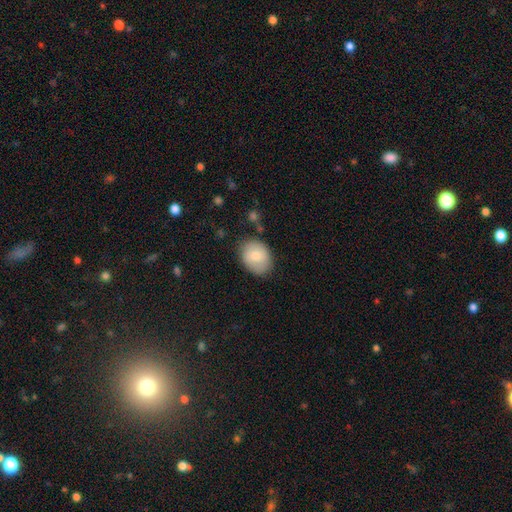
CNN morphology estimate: Smooth or featured? Predicted: smooth (p=0.77). How rounded? Predicted: in between (p=0.62). Merging? Predicted: none (p=0.78).